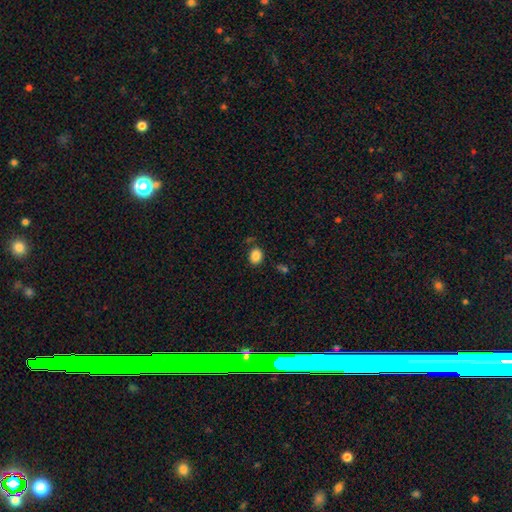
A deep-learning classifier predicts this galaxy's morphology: A smooth galaxy with no disk features (85%) that is in between round and cigar-shaped (50%). Merging: none (80%).